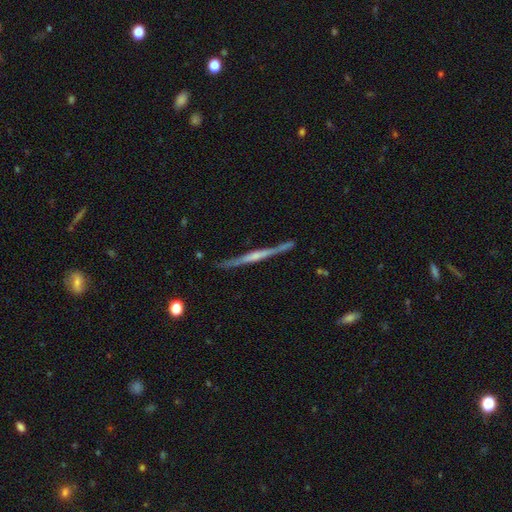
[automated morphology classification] Overall: featured or disk (74%). Edge-on disk: yes (98%). Edge-on bulge: rounded (44%; none 37%). Merging: none (86%).